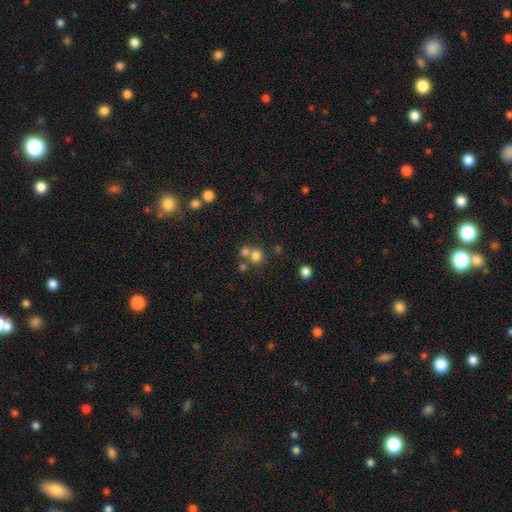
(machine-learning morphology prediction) Smooth or featured?
  - smooth: 74% *
  - star or artifact: 16%
  - featured or disk: 10%
How rounded?
  - round: 87% *
  - in between: 12%
  - cigar-shaped: 1%
Merging?
  - none: 52% *
  - merger: 38%
  - minor disturbance: 6%
  - major disturbance: 3%